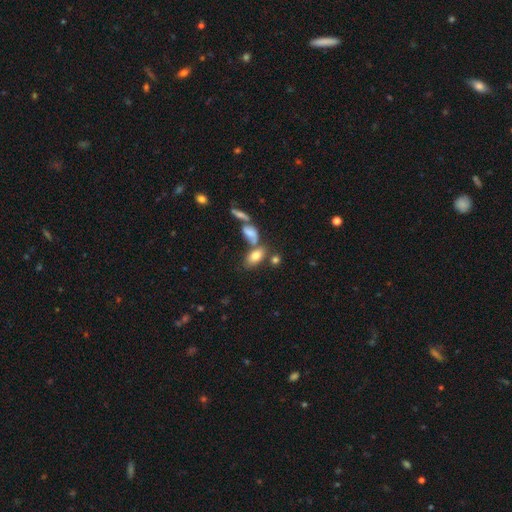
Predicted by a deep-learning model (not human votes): smooth_or_featured: smooth (p=0.77) [alt: featured or disk p=0.14]
how_rounded: in between (p=0.88) [alt: round p=0.07]
merging: none (p=0.52) [alt: merger p=0.30]